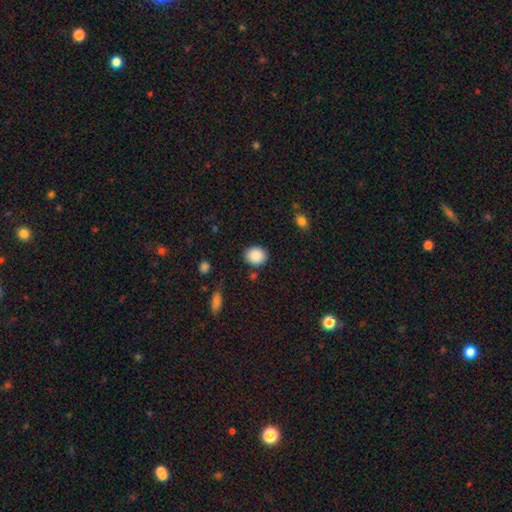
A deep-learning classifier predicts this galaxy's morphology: Smooth or featured: smooth — 89% (star or artifact — 8%)
How rounded: round — 64% (in between — 35%)
Merging: none — 85% (minor disturbance — 10%)